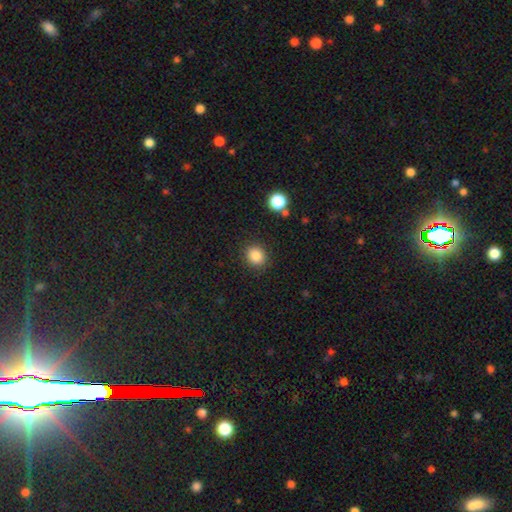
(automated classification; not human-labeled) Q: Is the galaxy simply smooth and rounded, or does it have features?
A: smooth — 85%.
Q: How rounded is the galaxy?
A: round — 80%.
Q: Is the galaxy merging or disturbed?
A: none — 88%.